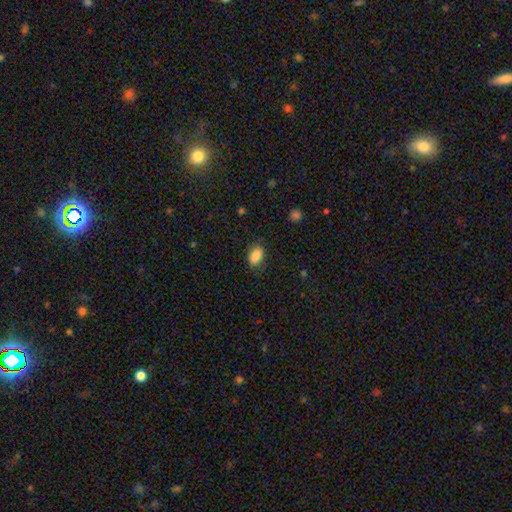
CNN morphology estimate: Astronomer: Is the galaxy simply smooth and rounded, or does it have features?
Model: smooth — 87%.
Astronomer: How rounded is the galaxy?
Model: in between — 84%.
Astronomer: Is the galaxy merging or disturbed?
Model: none — 81%.